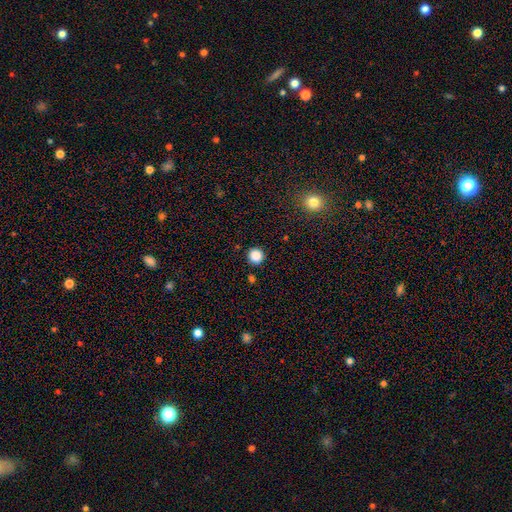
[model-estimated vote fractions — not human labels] Morphology: type=smooth (86%); roundness=round (95%); merging=none (90%).